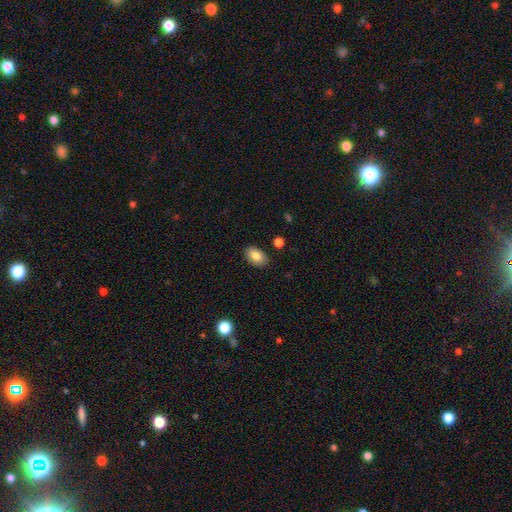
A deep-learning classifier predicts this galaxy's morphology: Smooth or featured: smooth — 83% (featured or disk — 10%)
How rounded: in between — 91% (round — 8%)
Merging: none — 88% (minor disturbance — 9%)